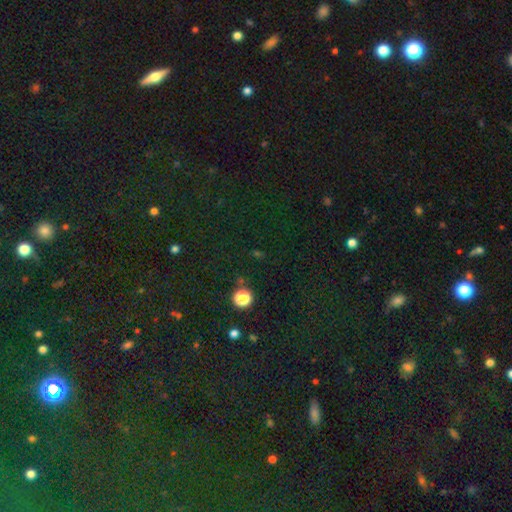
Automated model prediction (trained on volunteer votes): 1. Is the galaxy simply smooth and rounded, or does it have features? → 73% star or artifact, 20% smooth, 8% featured or disk.